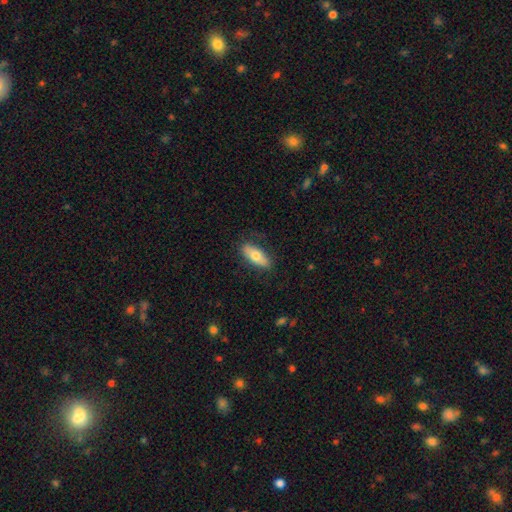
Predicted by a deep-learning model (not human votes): Smooth or featured?
  - smooth: 68% *
  - featured or disk: 26%
  - star or artifact: 6%
How rounded?
  - in between: 72% *
  - cigar-shaped: 26%
  - round: 3%
Merging?
  - none: 82% *
  - minor disturbance: 14%
  - major disturbance: 3%
  - merger: 1%